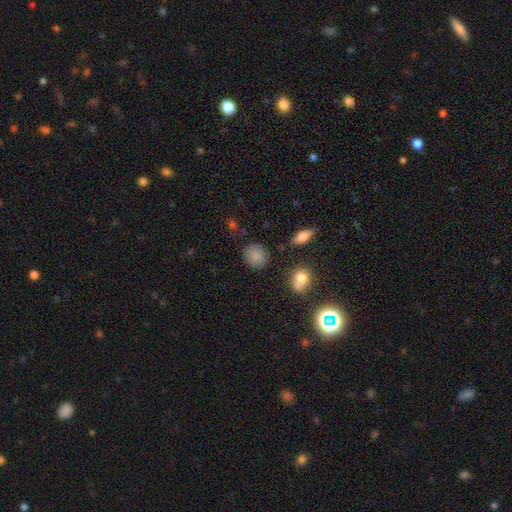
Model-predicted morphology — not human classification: type=smooth (82%); roundness=round (80%); merging=none (80%).